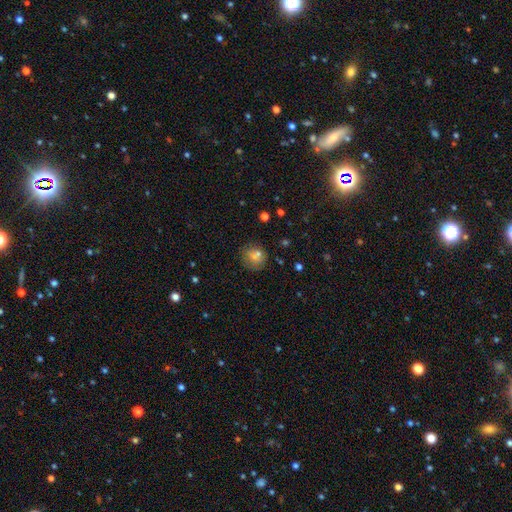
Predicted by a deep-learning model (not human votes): smooth_or_featured: smooth (p=0.72) [alt: featured or disk p=0.14]
how_rounded: round (p=0.83) [alt: in between p=0.16]
merging: none (p=0.64) [alt: minor disturbance p=0.16]